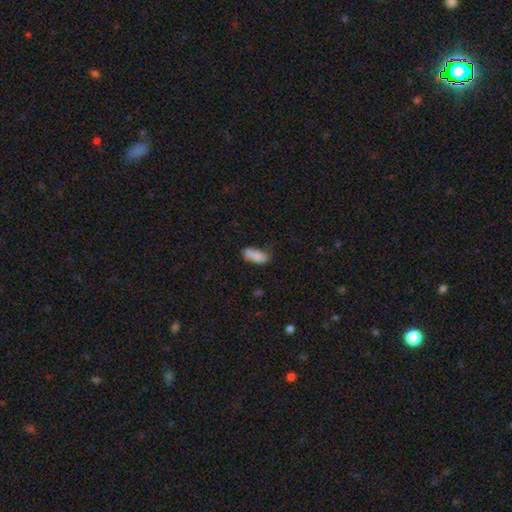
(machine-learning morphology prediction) Overall: smooth (78%). How rounded: in between (85%). Merging: none (50%; minor disturbance 28%).